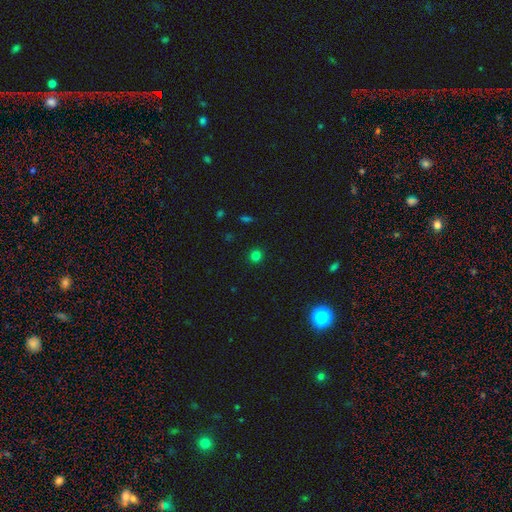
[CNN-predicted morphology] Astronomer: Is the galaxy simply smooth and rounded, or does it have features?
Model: smooth — 79%.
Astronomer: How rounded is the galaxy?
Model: round — 93%.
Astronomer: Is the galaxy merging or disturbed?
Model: none — 91%.